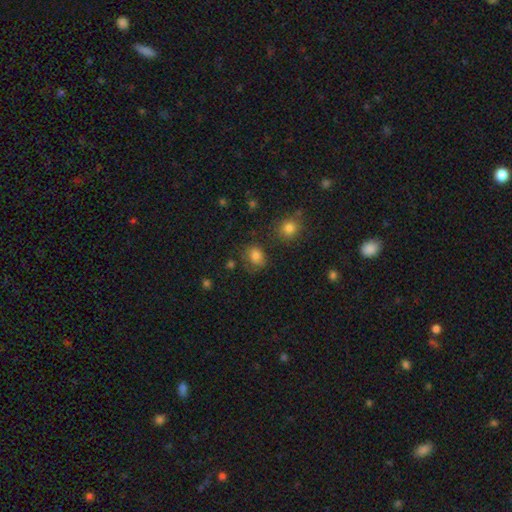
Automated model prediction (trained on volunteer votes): Smooth or featured: smooth — 78% (star or artifact — 13%)
How rounded: round — 59% (in between — 40%)
Merging: none — 64% (minor disturbance — 22%)